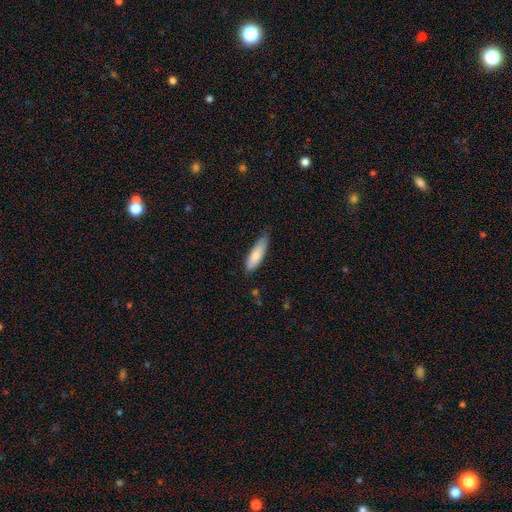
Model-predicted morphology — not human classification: smooth_or_featured: smooth (p=0.81) [alt: featured or disk p=0.13]
how_rounded: cigar-shaped (p=0.51) [alt: in between p=0.47]
merging: none (p=0.69) [alt: minor disturbance p=0.26]